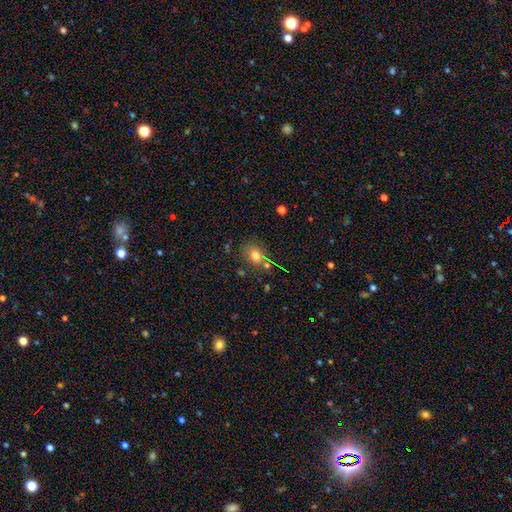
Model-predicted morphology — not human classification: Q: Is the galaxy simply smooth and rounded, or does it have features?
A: smooth — 75%.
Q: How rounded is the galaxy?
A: in between — 58%.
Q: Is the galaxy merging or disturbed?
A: none — 65%.